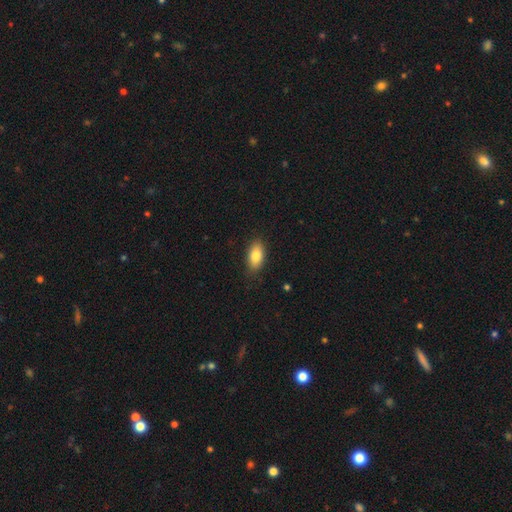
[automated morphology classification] This appears to be a smooth galaxy with no disk features (82%) that is in between round and cigar-shaped (90%). Merging: none (86%).